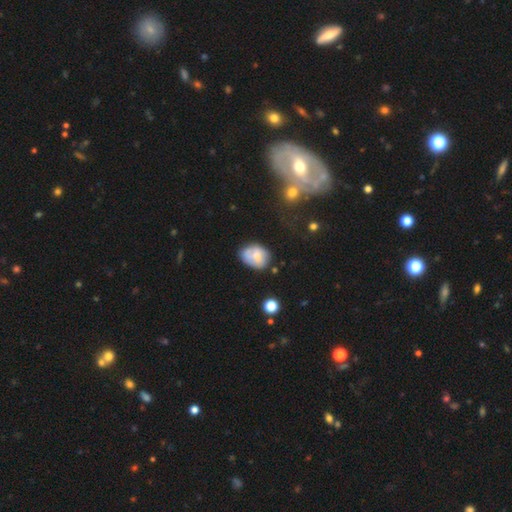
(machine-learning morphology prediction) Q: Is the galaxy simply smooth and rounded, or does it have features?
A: smooth — 65%.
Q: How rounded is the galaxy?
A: in between — 64%.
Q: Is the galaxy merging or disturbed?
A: none — 53%.